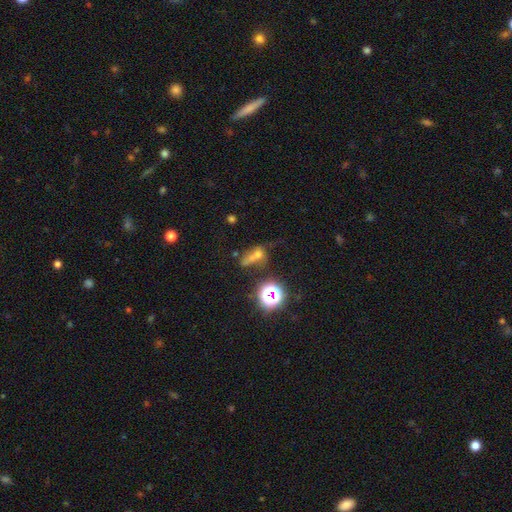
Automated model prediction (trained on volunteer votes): Overall: smooth (48%; star or artifact 31%). Merging: merger (40%; none 30%).